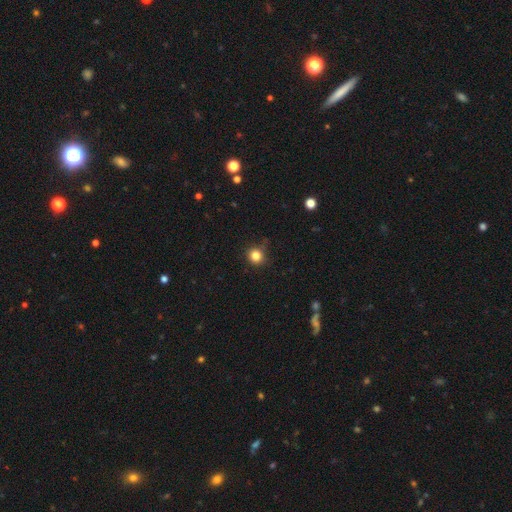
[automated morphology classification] A smooth galaxy with no disk features (83%) that is round (92%). Merging: none (82%).